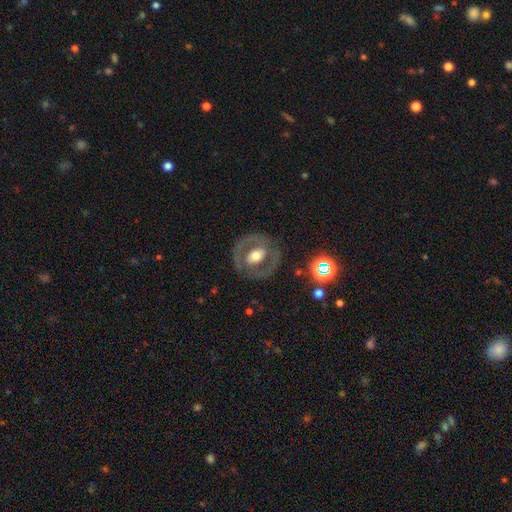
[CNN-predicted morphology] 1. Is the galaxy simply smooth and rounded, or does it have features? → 61% featured or disk, 32% smooth, 7% star or artifact.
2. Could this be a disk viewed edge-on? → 94% no, 6% yes.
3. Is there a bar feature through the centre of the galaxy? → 57% no, 25% weak, 19% strong.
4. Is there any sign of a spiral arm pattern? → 79% no, 21% yes.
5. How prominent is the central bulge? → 61% moderate, 26% large, 9% small, 2% dominant, 1% none.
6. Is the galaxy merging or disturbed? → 78% none, 12% minor disturbance, 9% major disturbance, 1% merger.